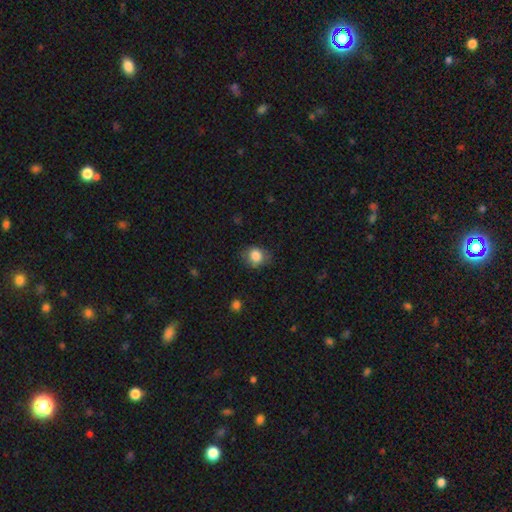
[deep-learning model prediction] A smooth galaxy with no disk features (84%) that is round (58%).

Vote fractions:
- Smooth or featured? smooth: 84% / star or artifact: 8% / featured or disk: 8%
- How rounded? round: 58% / in between: 41% / cigar-shaped: 1%
- Merging? none: 69% / minor disturbance: 22% / major disturbance: 7% / merger: 1%